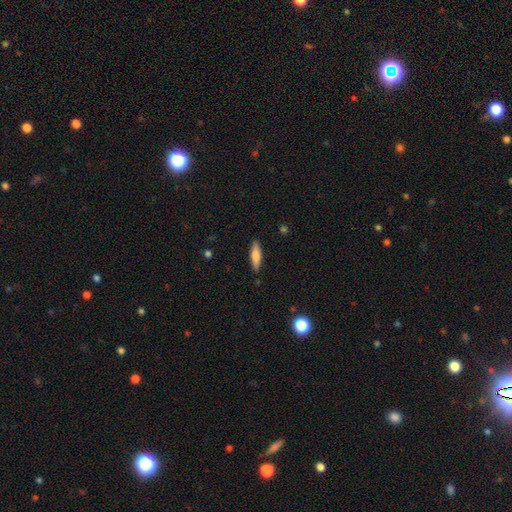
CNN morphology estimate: Smooth or featured? Predicted: smooth (p=0.70). How rounded? Predicted: cigar-shaped (p=0.65). Merging? Predicted: none (p=0.88).